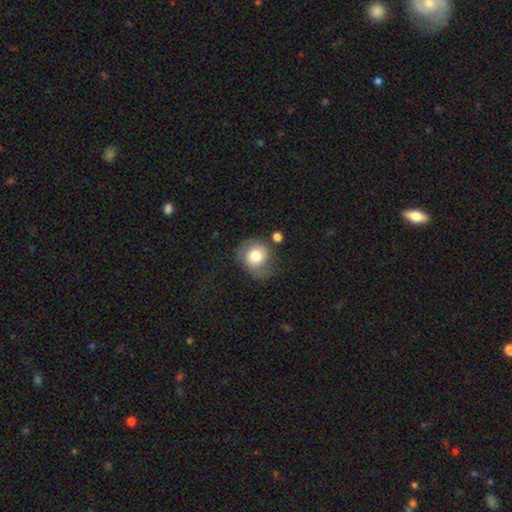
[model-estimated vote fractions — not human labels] Smooth or featured: smooth — 73% (featured or disk — 19%)
How rounded: round — 73% (in between — 26%)
Merging: none — 51% (minor disturbance — 27%)